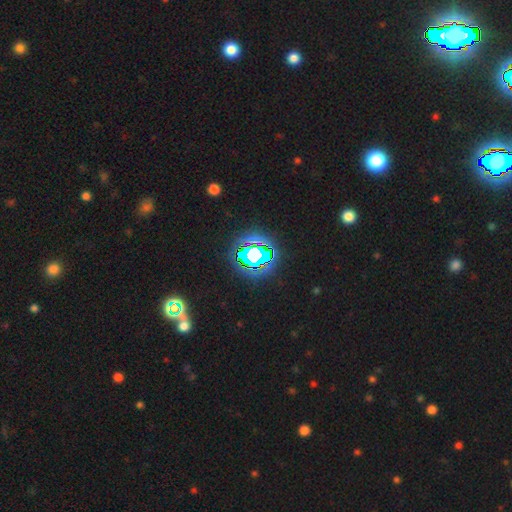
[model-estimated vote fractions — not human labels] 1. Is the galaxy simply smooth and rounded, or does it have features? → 78% star or artifact, 13% smooth, 9% featured or disk.